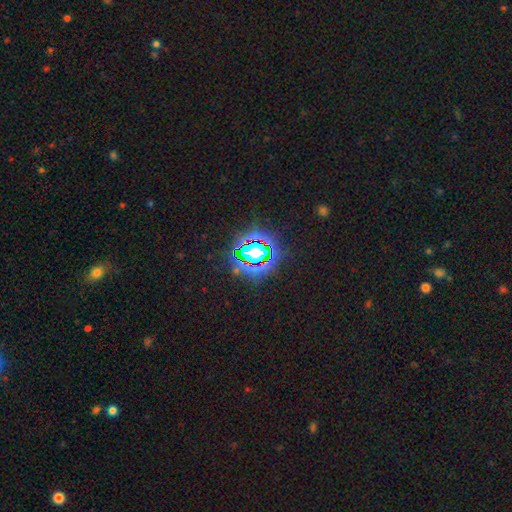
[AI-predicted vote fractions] This appears to be a star or artifact, not a galaxy (69%).